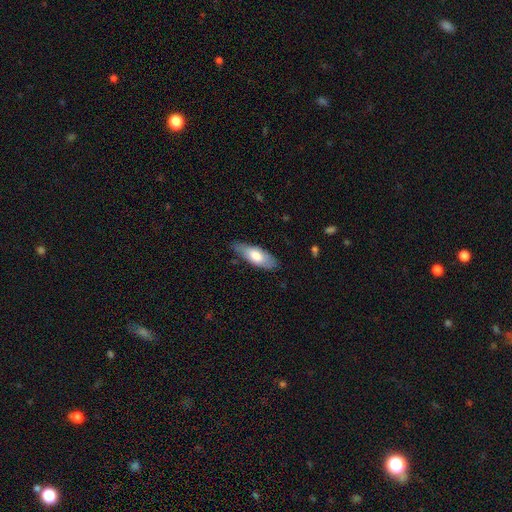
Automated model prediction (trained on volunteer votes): Smooth or featured?
  - smooth: 68% *
  - featured or disk: 26%
  - star or artifact: 5%
How rounded?
  - in between: 71% *
  - cigar-shaped: 28%
  - round: 2%
Merging?
  - none: 71% *
  - minor disturbance: 24%
  - major disturbance: 4%
  - merger: 1%